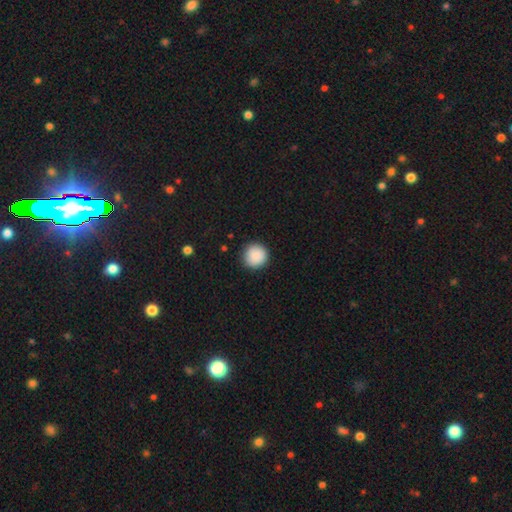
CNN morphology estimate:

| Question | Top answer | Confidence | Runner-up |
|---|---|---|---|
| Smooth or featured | smooth | 90% | star or artifact (7%) |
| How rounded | round | 95% | in between (4%) |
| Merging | none | 89% | minor disturbance (8%) |